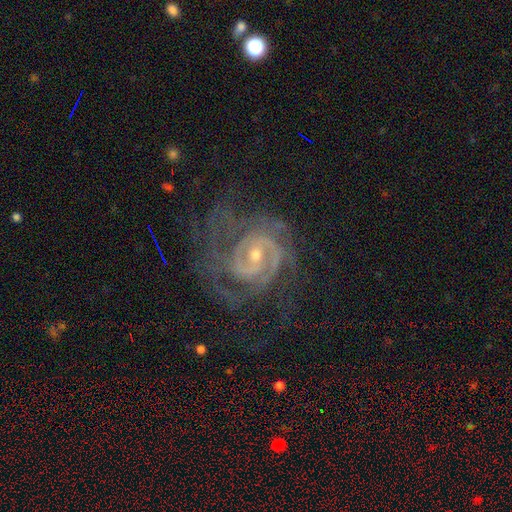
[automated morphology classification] Overall: featured or disk (90%). Edge-on disk: no (97%). Bar: no (45%; weak 39%). Spiral arms: yes (97%). Spiral arm count: 2 (42%; can't tell 21%). Spiral winding: tight (63%; medium 31%). Bulge size: small (59%; moderate 37%). Merging: none (59%; major disturbance 20%).